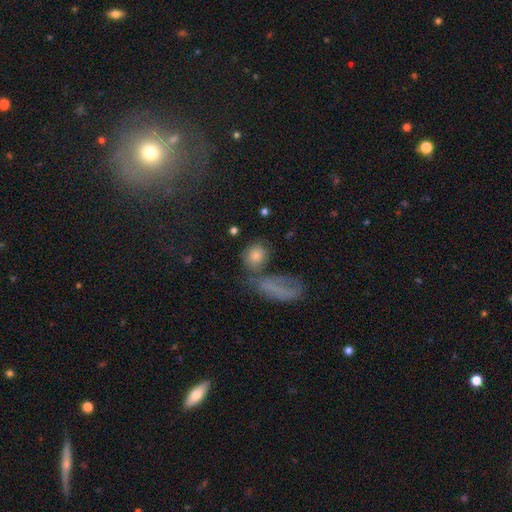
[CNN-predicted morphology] A smooth galaxy with no disk features (75%) that is round (65%). Merging: none (55%).